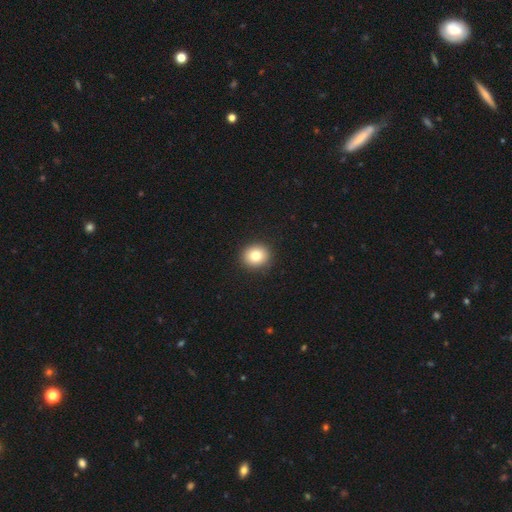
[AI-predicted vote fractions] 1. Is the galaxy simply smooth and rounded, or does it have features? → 81% smooth, 10% star or artifact, 9% featured or disk.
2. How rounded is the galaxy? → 85% round, 14% in between, 1% cigar-shaped.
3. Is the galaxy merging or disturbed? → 92% none, 5% minor disturbance, 2% major disturbance, 1% merger.